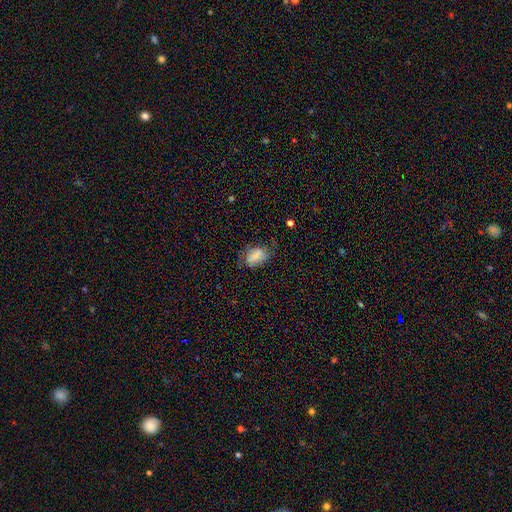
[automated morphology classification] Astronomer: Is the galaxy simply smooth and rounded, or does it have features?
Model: smooth — 60%.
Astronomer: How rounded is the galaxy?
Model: in between — 87%.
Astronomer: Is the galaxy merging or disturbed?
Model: none — 50% (runner-up: minor disturbance, 30%).